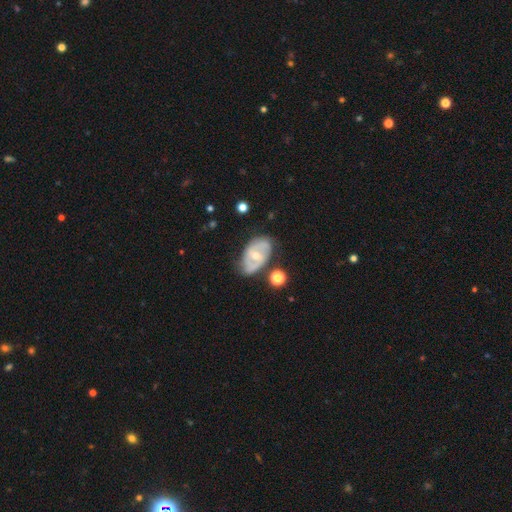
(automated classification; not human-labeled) featured or disk 74%, smooth 20%, star or artifact 6%. Down the decision tree: edge-on disk — no (95%); bar — weak (44%); spiral arms — yes (80%); spiral arm count — 2 (73%); spiral winding — medium (44%); bulge size — moderate (55%); merging — none (68%).